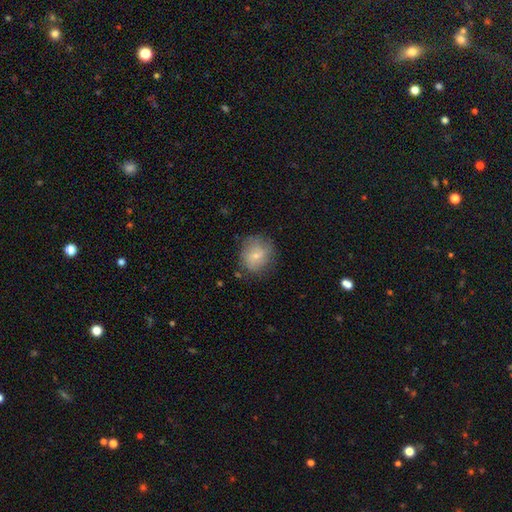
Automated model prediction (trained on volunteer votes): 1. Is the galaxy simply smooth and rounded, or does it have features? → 70% smooth, 22% featured or disk, 9% star or artifact.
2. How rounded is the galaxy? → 78% round, 21% in between, 1% cigar-shaped.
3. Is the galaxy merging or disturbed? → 73% none, 19% minor disturbance, 6% major disturbance, 2% merger.